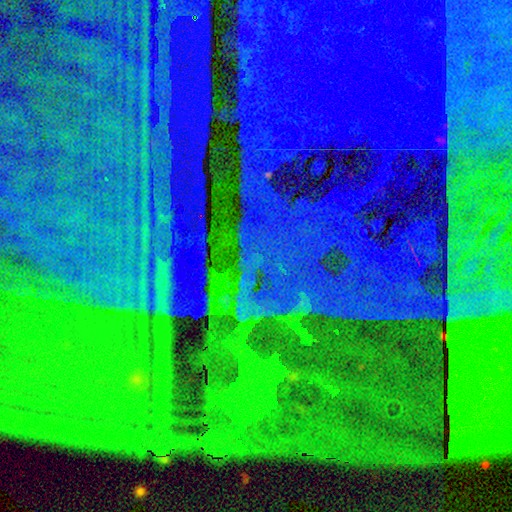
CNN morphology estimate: type=star or artifact (89%).